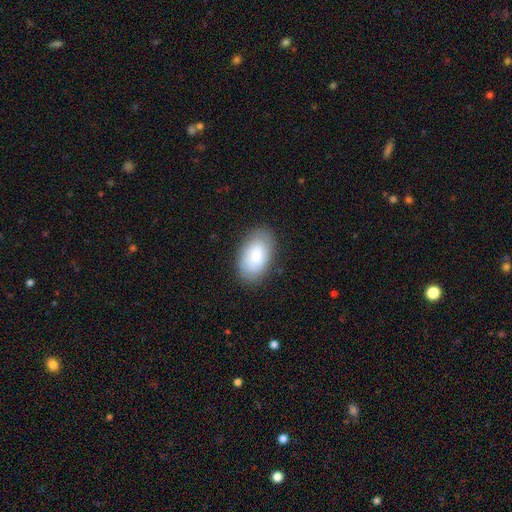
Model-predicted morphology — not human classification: This is likely a smooth galaxy (77%). How rounded: clearly in between (94%). Merging: clearly none (83%).